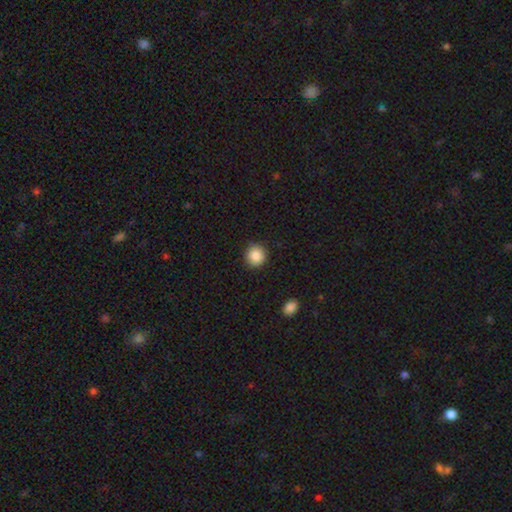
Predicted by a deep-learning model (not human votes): Smooth or featured? Predicted: smooth (p=0.88). How rounded? Predicted: round (p=0.91). Merging? Predicted: none (p=0.90).